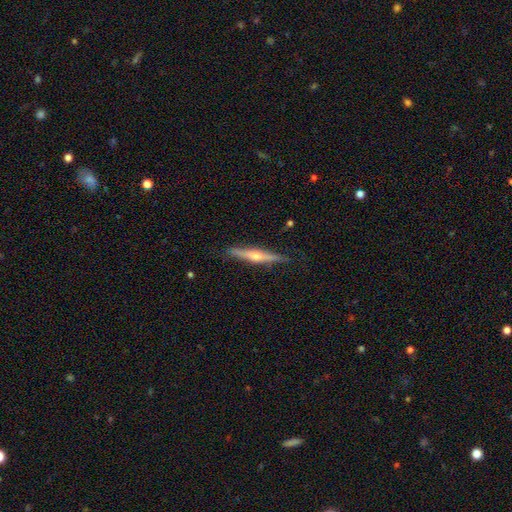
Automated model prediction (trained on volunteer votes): This appears to be a featured or disk galaxy (69%) viewed edge-on (97%) with a rounded central bulge (88%). Merging: none (85%).